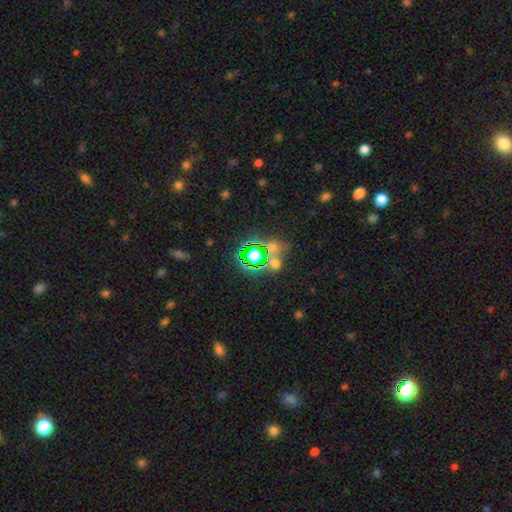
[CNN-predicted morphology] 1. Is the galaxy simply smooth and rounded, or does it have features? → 65% star or artifact, 25% smooth, 10% featured or disk.